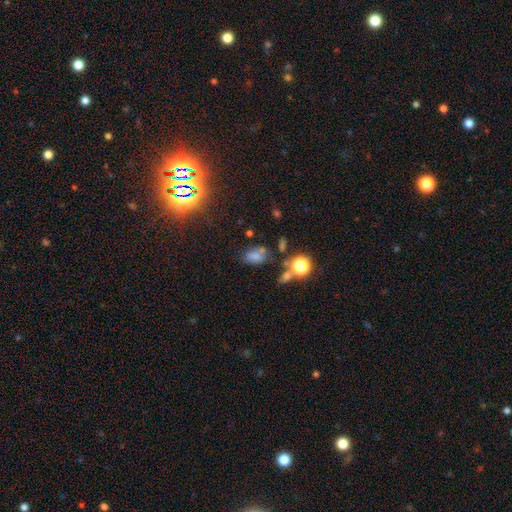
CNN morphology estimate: Smooth or featured? smooth (64%)
How rounded? in between (81%)
Merging? none (51%)